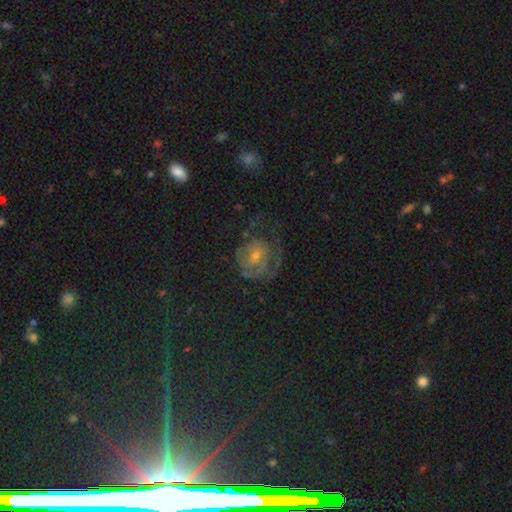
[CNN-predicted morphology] smooth-or-featured: featured or disk: 52% | smooth: 26% | star or artifact: 22%
  disk-edge-on: no: 97% | yes: 3%
    bar: no: 72% | weak: 23% | strong: 5%
    has-spiral-arms: yes: 71% | no: 29%
    bulge-size: small: 58% | moderate: 35% | none: 3% | large: 3% | dominant: 1%
  merging: none: 51% | major disturbance: 25% | minor disturbance: 21% | merger: 2%